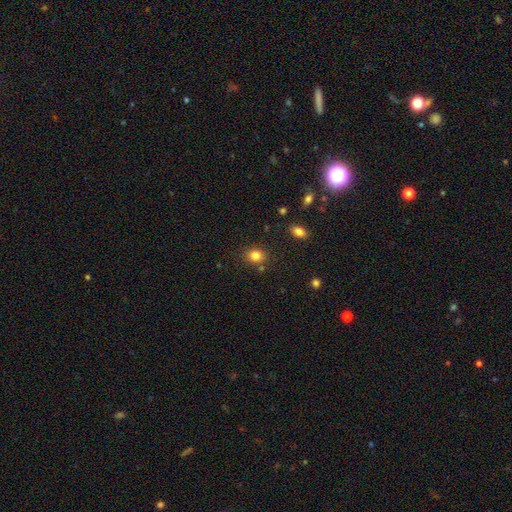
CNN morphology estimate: smooth 83%, star or artifact 12%, featured or disk 6%. Down the decision tree: how rounded — round (63%); merging — none (81%).